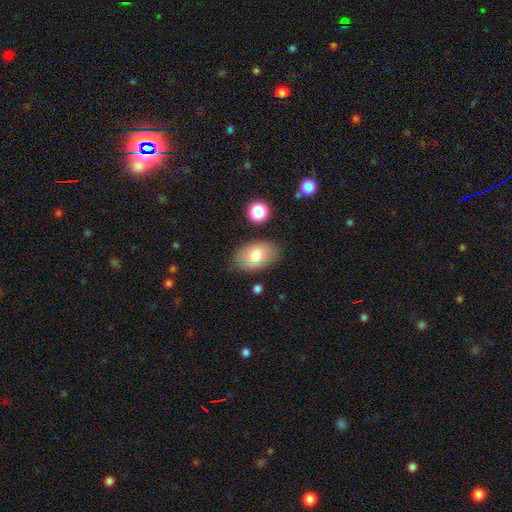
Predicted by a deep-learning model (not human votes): smooth_or_featured: smooth (p=0.71) [alt: featured or disk p=0.19]
how_rounded: in between (p=0.88) [alt: round p=0.11]
merging: none (p=0.77) [alt: minor disturbance p=0.16]